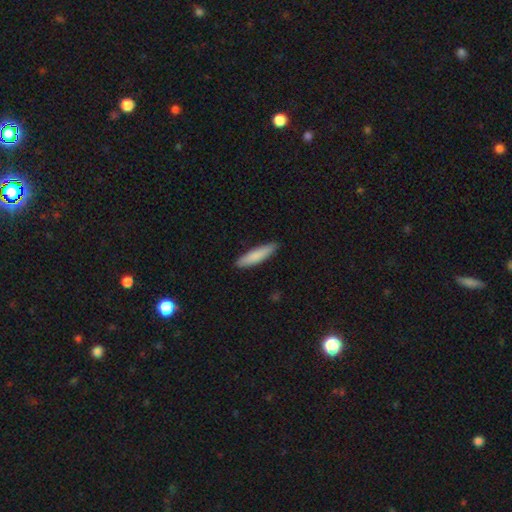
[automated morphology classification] The model was most divided on "how rounded": cigar-shaped: 81%, in between: 18%, round: 1%. More confident: merging — none (89%); smooth or featured — smooth (84%).